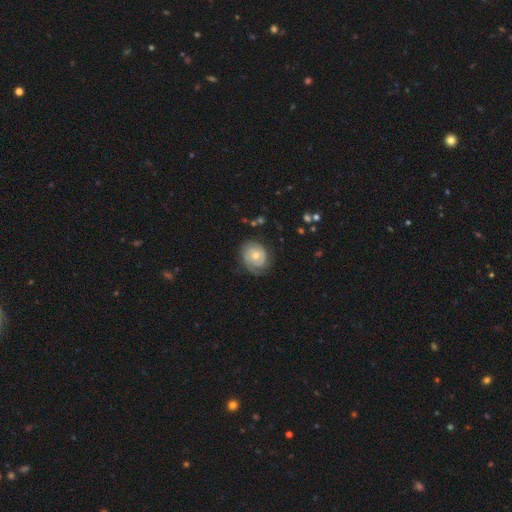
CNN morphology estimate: Smooth or featured? Predicted: featured or disk (p=0.65). Edge-on disk? Predicted: no (p=0.97). Bar? Predicted: no (p=0.77). Spiral arms? Predicted: yes (p=0.85). Spiral winding? Predicted: tight (p=0.66). Spiral arm count? Predicted: 2 (p=0.31). Bulge size? Predicted: moderate (p=0.56). Merging? Predicted: none (p=0.65).